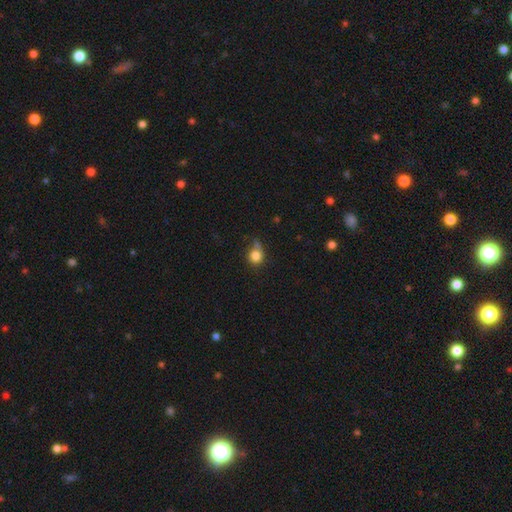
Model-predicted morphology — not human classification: This is clearly a smooth galaxy (81%). How rounded: clearly round (81%). Merging: possibly none (50%).